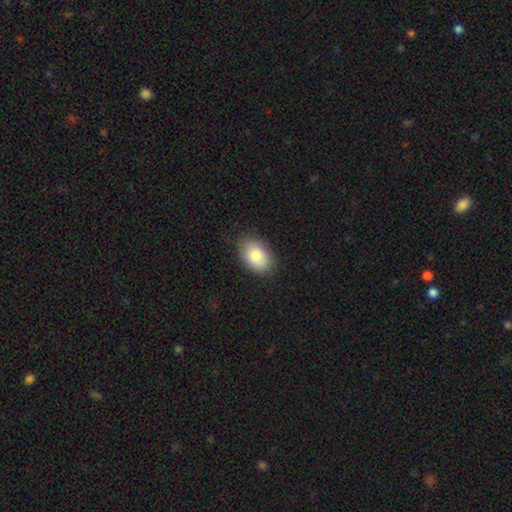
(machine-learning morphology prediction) Overall: smooth (83%). How rounded: in between (87%). Merging: none (82%).